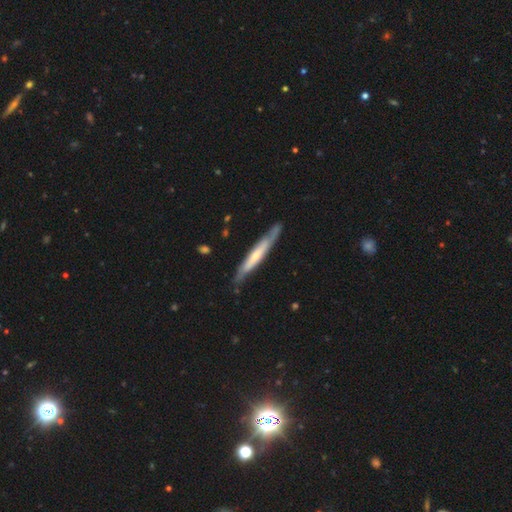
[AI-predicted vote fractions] Q: Smooth or featured?
A: featured or disk (54%); runner-up: smooth (41%)
Q: Edge-on disk?
A: yes (85%); runner-up: no (15%)
Q: Merging?
A: none (80%); runner-up: minor disturbance (15%)